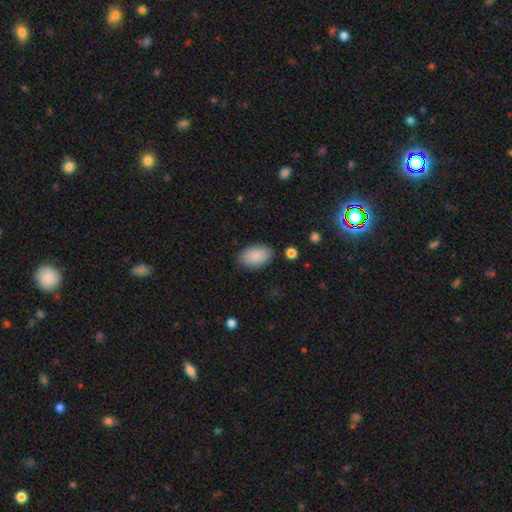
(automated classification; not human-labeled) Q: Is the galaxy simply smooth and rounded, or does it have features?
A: smooth — 90%.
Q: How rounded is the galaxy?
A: in between — 93%.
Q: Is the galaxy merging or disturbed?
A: none — 85%.